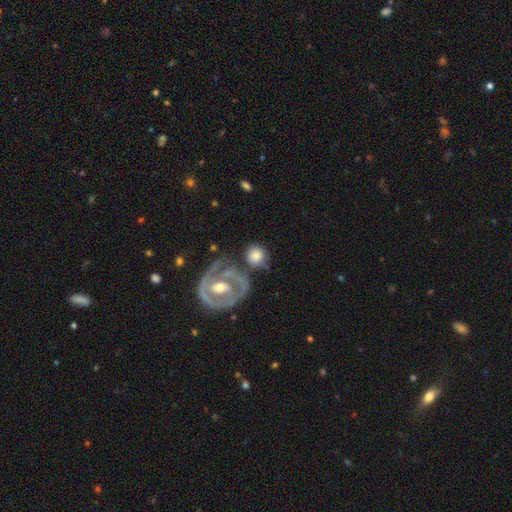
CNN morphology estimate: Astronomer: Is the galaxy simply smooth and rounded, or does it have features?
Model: smooth — 68%.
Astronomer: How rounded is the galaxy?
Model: round — 88%.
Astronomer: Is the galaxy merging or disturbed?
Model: none — 62%.